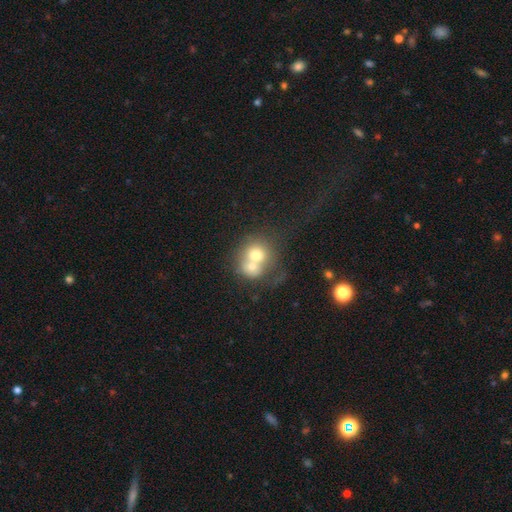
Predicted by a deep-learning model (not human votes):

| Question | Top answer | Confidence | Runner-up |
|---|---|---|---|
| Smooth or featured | smooth | 63% | featured or disk (27%) |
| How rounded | round | 76% | in between (23%) |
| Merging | merger | 71% | none (18%) |